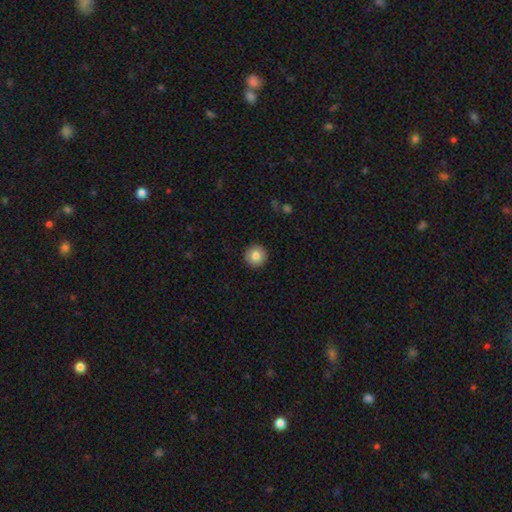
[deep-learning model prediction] This is clearly a smooth galaxy (82%). How rounded: clearly round (95%). Merging: clearly none (93%).